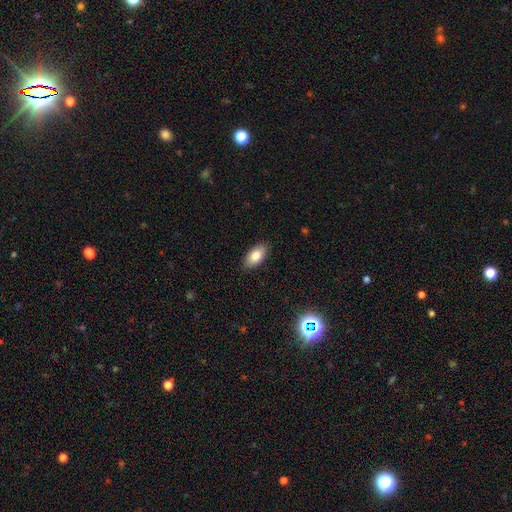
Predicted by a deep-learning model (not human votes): A smooth galaxy with no disk features (81%) that is in between round and cigar-shaped (92%).

Vote fractions:
- Smooth or featured? smooth: 81% / featured or disk: 12% / star or artifact: 7%
- How rounded? in between: 92% / cigar-shaped: 4% / round: 4%
- Merging? none: 88% / minor disturbance: 9% / major disturbance: 2% / merger: 1%